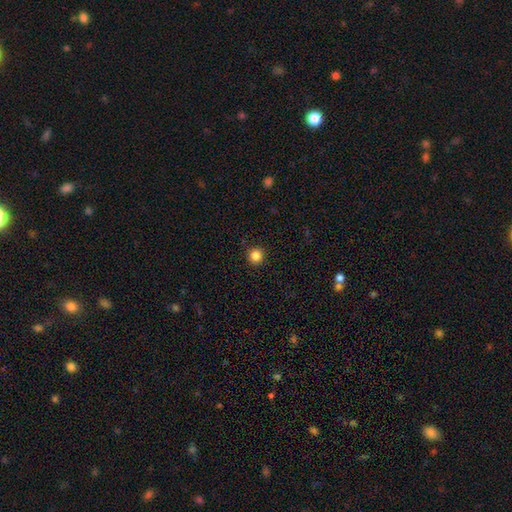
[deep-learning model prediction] Smooth or featured?
  - smooth: 86% *
  - star or artifact: 11%
  - featured or disk: 3%
How rounded?
  - round: 95% *
  - in between: 4%
  - cigar-shaped: 1%
Merging?
  - none: 92% *
  - minor disturbance: 5%
  - major disturbance: 2%
  - merger: 1%